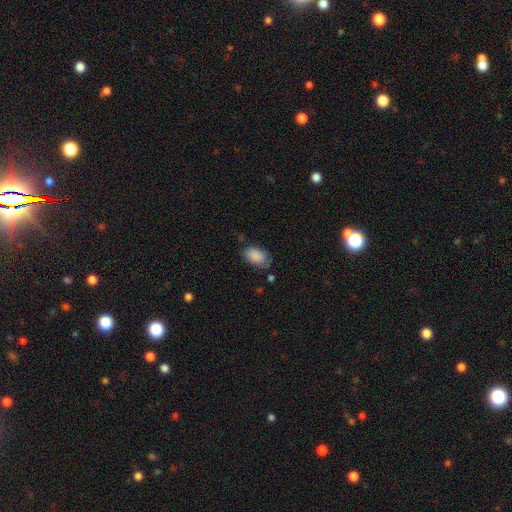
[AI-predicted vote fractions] Smooth or featured: smooth — 87% (star or artifact — 7%)
How rounded: in between — 92% (round — 7%)
Merging: none — 66% (minor disturbance — 25%)